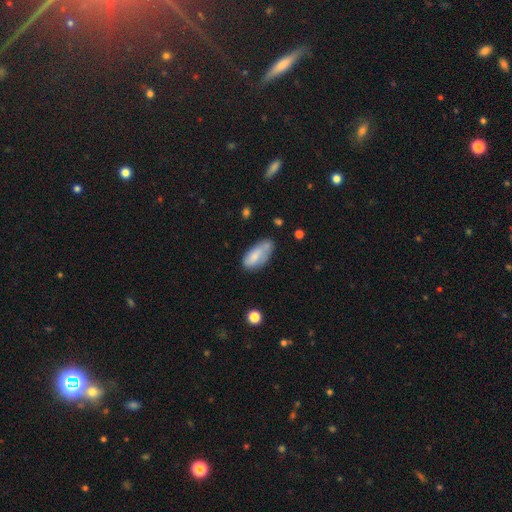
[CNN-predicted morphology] Overall: smooth (73%). How rounded: in between (87%). Merging: none (49%; minor disturbance 32%).